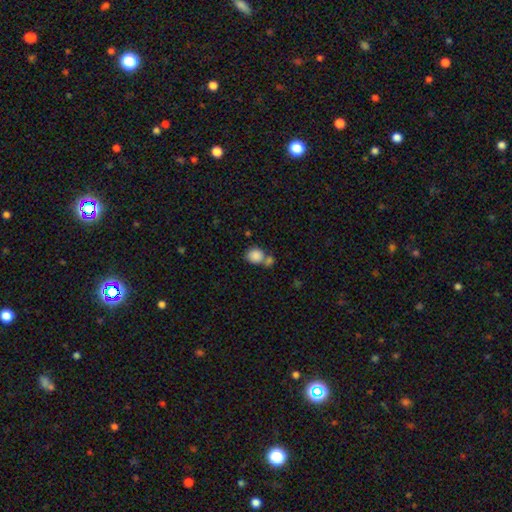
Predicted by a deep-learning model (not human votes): smooth_or_featured: smooth (p=0.86) [alt: star or artifact p=0.09]
how_rounded: round (p=0.73) [alt: in between p=0.26]
merging: none (p=0.49) [alt: merger p=0.37]